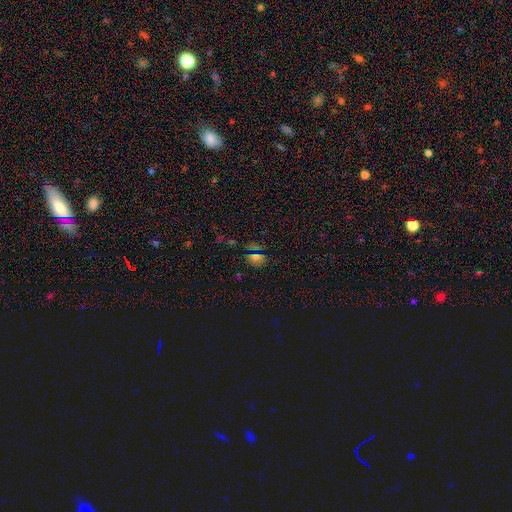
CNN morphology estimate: A smooth galaxy with no disk features (50%) that is round (51%). Merging: none (77%).